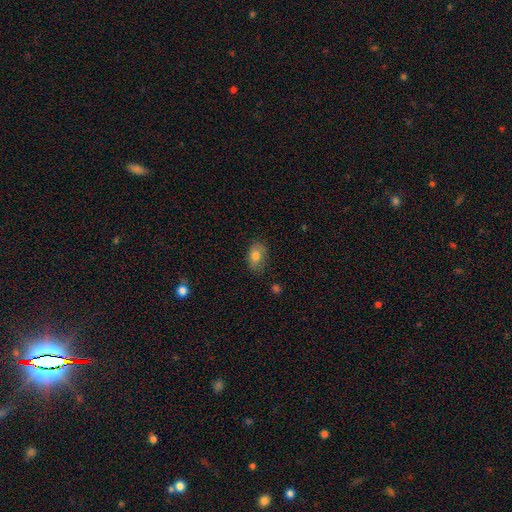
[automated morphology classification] Smooth or featured?
  - smooth: 78% *
  - featured or disk: 14%
  - star or artifact: 9%
How rounded?
  - in between: 84% *
  - round: 15%
  - cigar-shaped: 2%
Merging?
  - none: 74% *
  - minor disturbance: 20%
  - major disturbance: 4%
  - merger: 2%